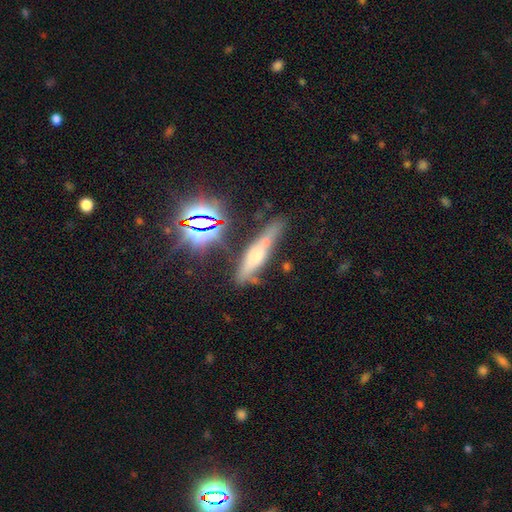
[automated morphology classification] This is marginally a smooth galaxy (44%). Merging: likely none (61%).